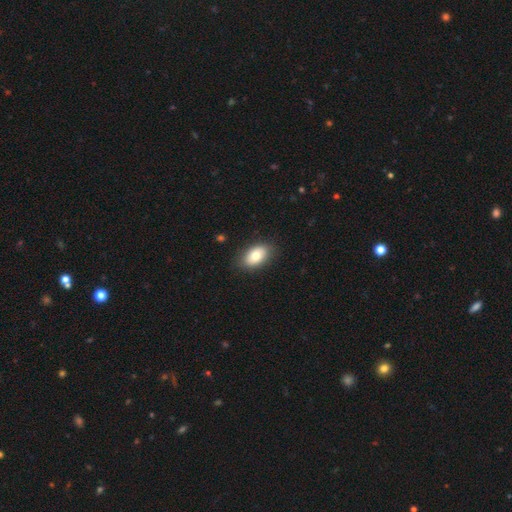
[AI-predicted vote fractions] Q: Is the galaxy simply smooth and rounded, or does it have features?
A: smooth — 78%.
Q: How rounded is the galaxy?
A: in between — 90%.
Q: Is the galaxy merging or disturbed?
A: none — 86%.